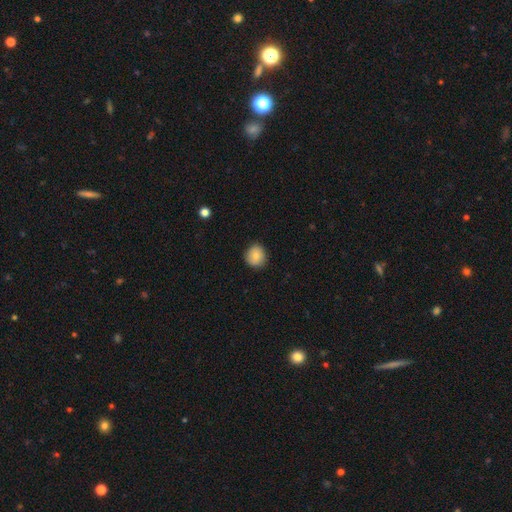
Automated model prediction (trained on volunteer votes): smooth_or_featured: smooth (p=0.84) [alt: star or artifact p=0.08]
how_rounded: round (p=0.88) [alt: in between p=0.11]
merging: none (p=0.87) [alt: minor disturbance p=0.10]